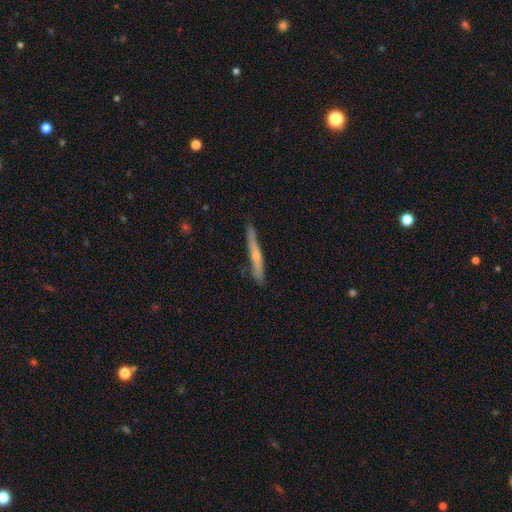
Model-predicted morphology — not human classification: smooth_or_featured: featured or disk (p=0.50) [alt: smooth p=0.43]
disk_edge_on: yes (p=0.94) [alt: no p=0.06]
merging: none (p=0.81) [alt: minor disturbance p=0.15]